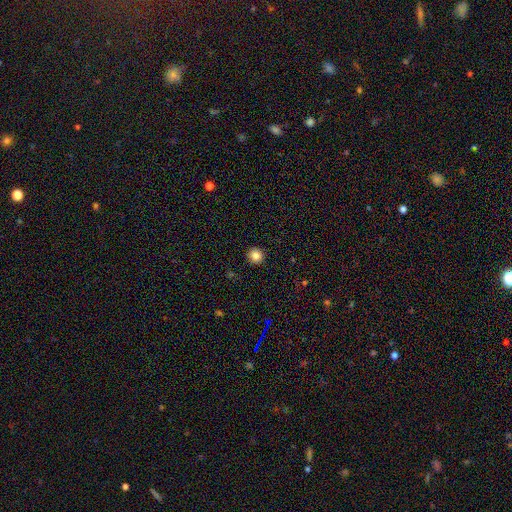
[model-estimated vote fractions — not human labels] smooth_or_featured: smooth (p=0.83) [alt: star or artifact p=0.11]
how_rounded: round (p=0.94) [alt: in between p=0.05]
merging: none (p=0.93) [alt: minor disturbance p=0.05]